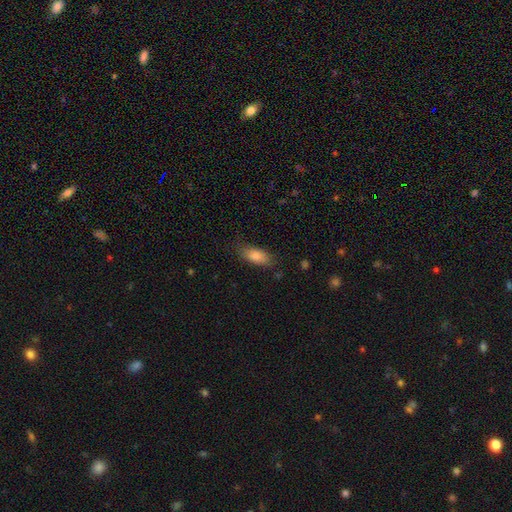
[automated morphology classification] Smooth or featured? smooth (83%)
How rounded? in between (83%)
Merging? none (77%)